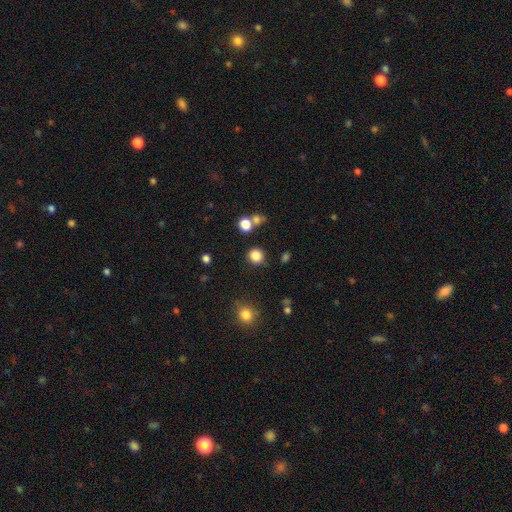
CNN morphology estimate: A smooth galaxy with no disk features (83%) that is round (90%). Merging: none (84%).